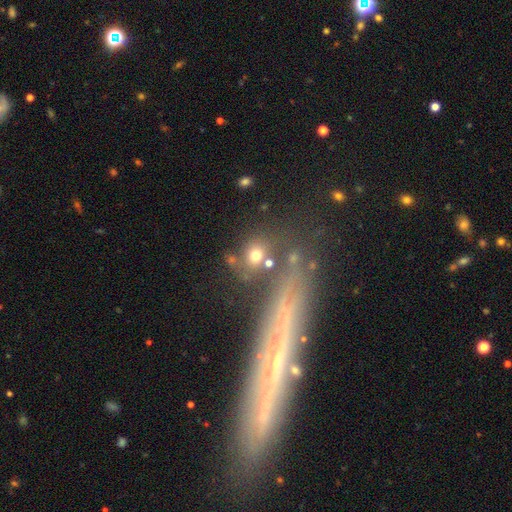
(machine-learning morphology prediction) smooth-or-featured: smooth: 67% | star or artifact: 17% | featured or disk: 16%
  how-rounded: round: 68% | in between: 29% | cigar-shaped: 3%
  merging: none: 63% | merger: 16% | minor disturbance: 13% | major disturbance: 8%